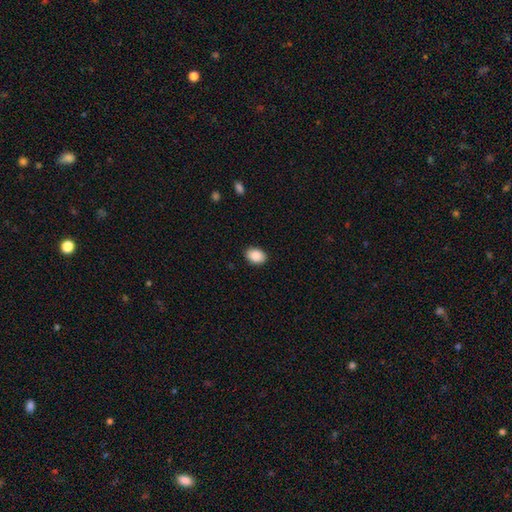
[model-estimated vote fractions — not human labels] A smooth galaxy with no disk features (90%) that is in between round and cigar-shaped (75%). Merging: none (89%).